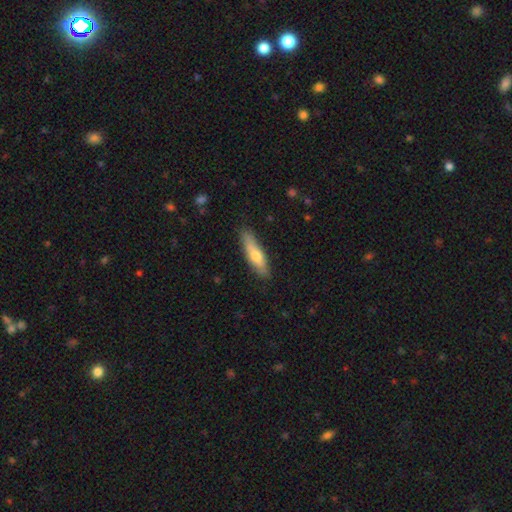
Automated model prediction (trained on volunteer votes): Smooth or featured?
  - smooth: 62% *
  - featured or disk: 32%
  - star or artifact: 6%
How rounded?
  - cigar-shaped: 70% *
  - in between: 28%
  - round: 2%
Merging?
  - none: 81% *
  - minor disturbance: 14%
  - major disturbance: 3%
  - merger: 2%